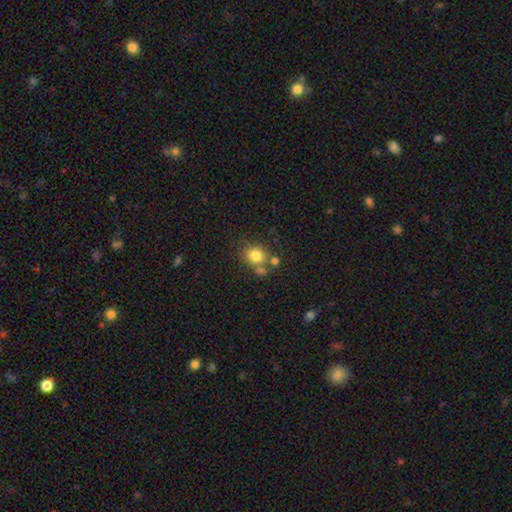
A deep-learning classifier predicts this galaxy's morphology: smooth-or-featured: smooth: 79% | star or artifact: 11% | featured or disk: 10%
  how-rounded: round: 71% | in between: 28% | cigar-shaped: 1%
  merging: none: 57% | merger: 23% | minor disturbance: 14% | major disturbance: 6%